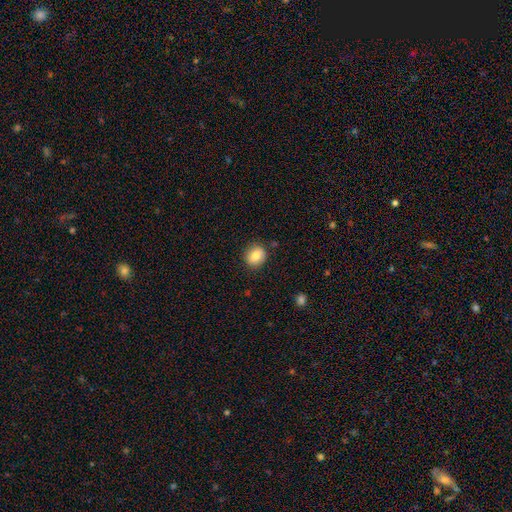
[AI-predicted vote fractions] Smooth or featured? smooth (81%)
How rounded? round (74%)
Merging? none (87%)